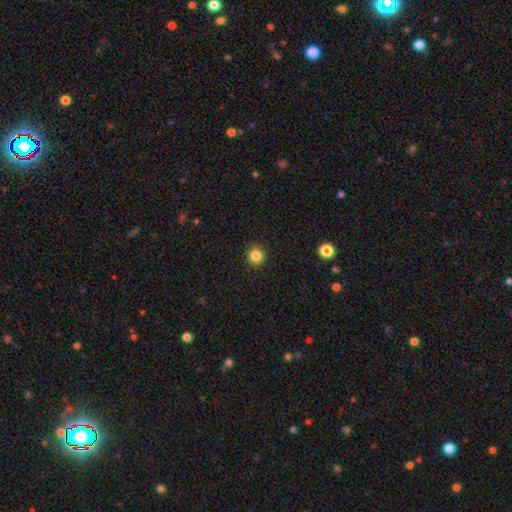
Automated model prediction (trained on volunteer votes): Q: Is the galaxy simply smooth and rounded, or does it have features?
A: smooth — 85%.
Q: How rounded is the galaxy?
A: round — 92%.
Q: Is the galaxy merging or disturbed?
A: none — 92%.